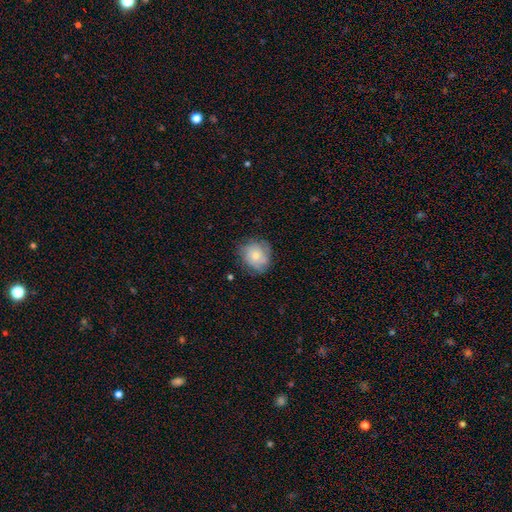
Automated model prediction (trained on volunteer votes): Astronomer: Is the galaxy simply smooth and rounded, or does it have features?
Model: smooth — 60%.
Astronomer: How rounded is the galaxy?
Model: round — 76%.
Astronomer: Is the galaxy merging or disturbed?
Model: none — 68%.